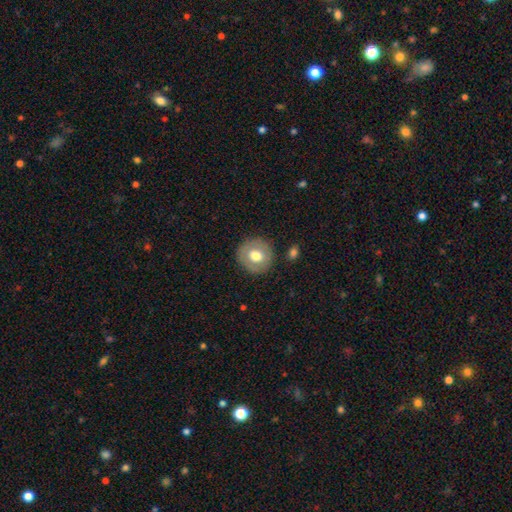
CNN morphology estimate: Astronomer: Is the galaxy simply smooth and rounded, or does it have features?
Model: smooth — 63%.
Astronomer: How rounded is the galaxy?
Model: round — 91%.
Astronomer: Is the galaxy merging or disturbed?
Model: none — 85%.